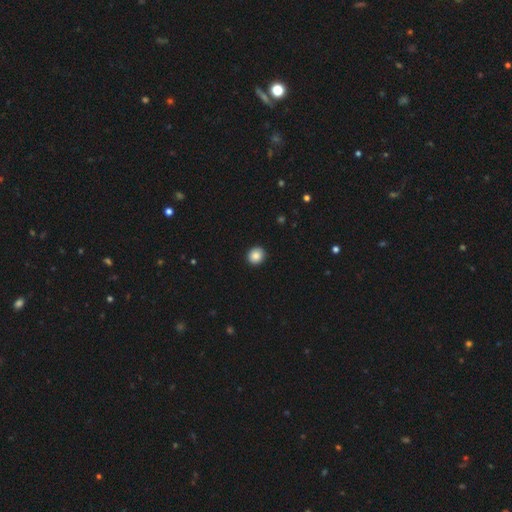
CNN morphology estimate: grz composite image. It shows a smooth galaxy with no disk features (86%) that is round (84%). Merging: none (92%).